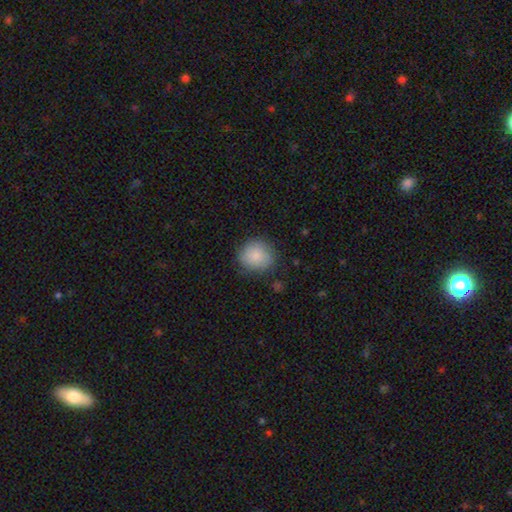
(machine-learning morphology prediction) The model was most divided on "merging": none: 80%, minor disturbance: 15%, major disturbance: 4%, merger: 2%. More confident: smooth or featured — smooth (85%); how rounded — round (85%).